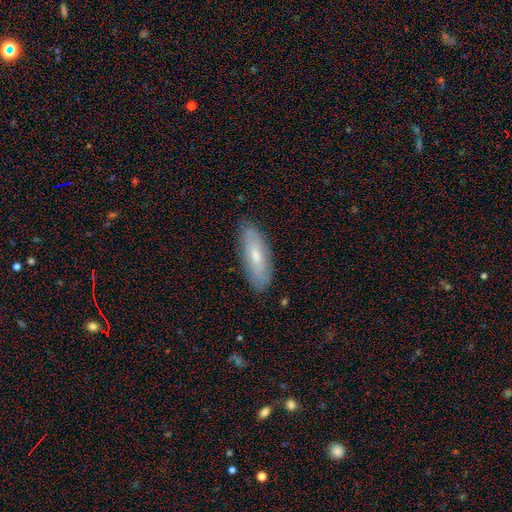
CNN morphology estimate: smooth_or_featured: smooth (p=0.57) [alt: featured or disk p=0.37]
how_rounded: in between (p=0.67) [alt: cigar-shaped p=0.31]
merging: none (p=0.83) [alt: minor disturbance p=0.13]